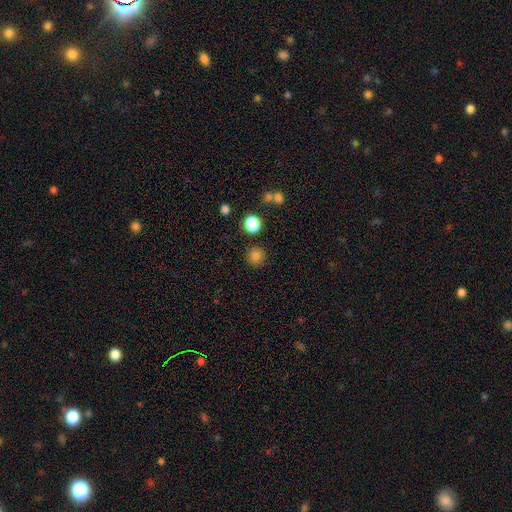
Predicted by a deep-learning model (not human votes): Smooth or featured?
  - smooth: 82% *
  - star or artifact: 13%
  - featured or disk: 5%
How rounded?
  - round: 93% *
  - in between: 6%
  - cigar-shaped: 1%
Merging?
  - none: 88% *
  - minor disturbance: 7%
  - merger: 3%
  - major disturbance: 2%